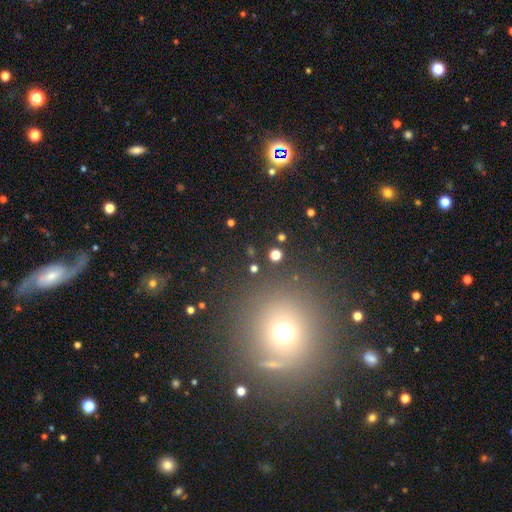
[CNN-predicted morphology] smooth_or_featured: smooth (p=0.45) [alt: star or artifact p=0.36]
merging: none (p=0.79) [alt: minor disturbance p=0.10]